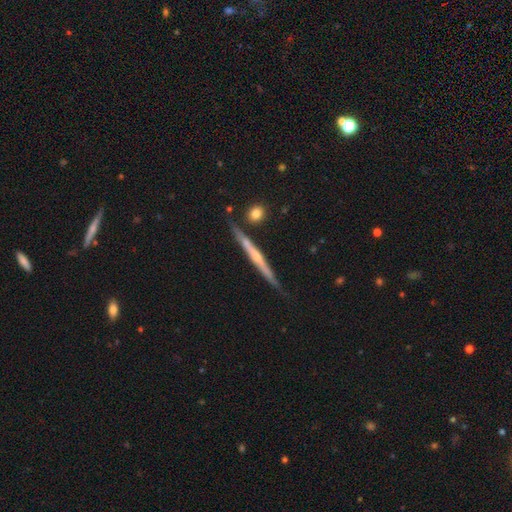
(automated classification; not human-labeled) A featured or disk galaxy (72%) viewed edge-on (97%) with a rounded central bulge (50%).

Vote fractions:
- Smooth or featured? featured or disk: 72% / smooth: 23% / star or artifact: 5%
- Edge-on disk? yes: 97% / no: 3%
- Edge-on bulge? rounded: 50% / none: 44% / boxy: 7%
- Merging? none: 82% / minor disturbance: 12% / merger: 4% / major disturbance: 2%